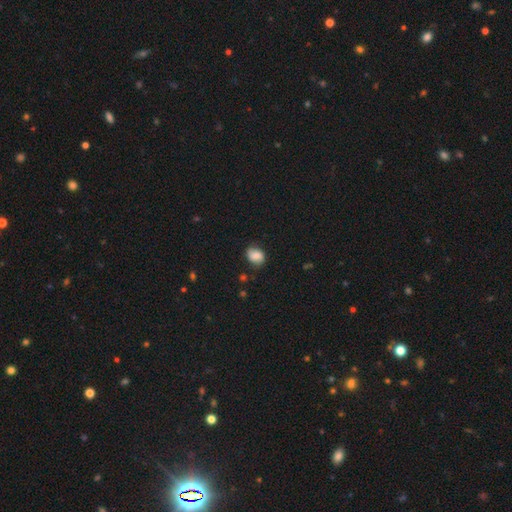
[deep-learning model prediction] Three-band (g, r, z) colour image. It shows a smooth galaxy with no disk features (72%) that is in between round and cigar-shaped (56%). Merging: none (71%).